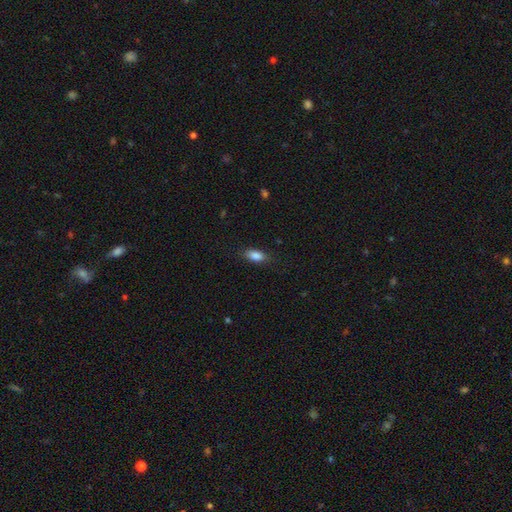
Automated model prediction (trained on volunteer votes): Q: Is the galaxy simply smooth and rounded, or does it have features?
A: smooth — 86%.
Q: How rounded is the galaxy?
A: in between — 85%.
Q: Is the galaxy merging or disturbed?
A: none — 82%.